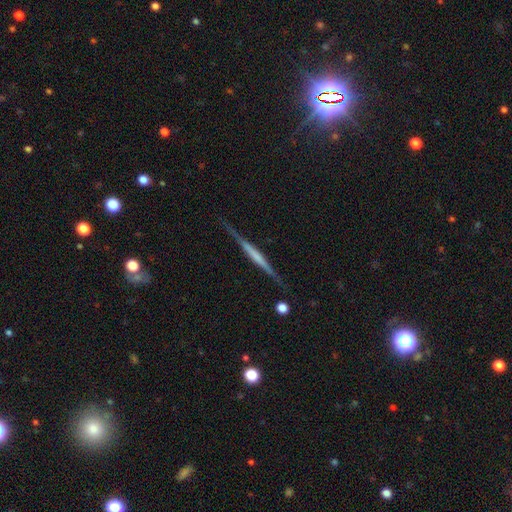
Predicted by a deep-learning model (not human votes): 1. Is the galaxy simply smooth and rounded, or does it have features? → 72% featured or disk, 22% smooth, 6% star or artifact.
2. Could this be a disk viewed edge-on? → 97% yes, 3% no.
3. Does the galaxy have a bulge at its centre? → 52% none, 26% boxy, 22% rounded.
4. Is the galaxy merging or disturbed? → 85% none, 11% minor disturbance, 3% major disturbance, 2% merger.